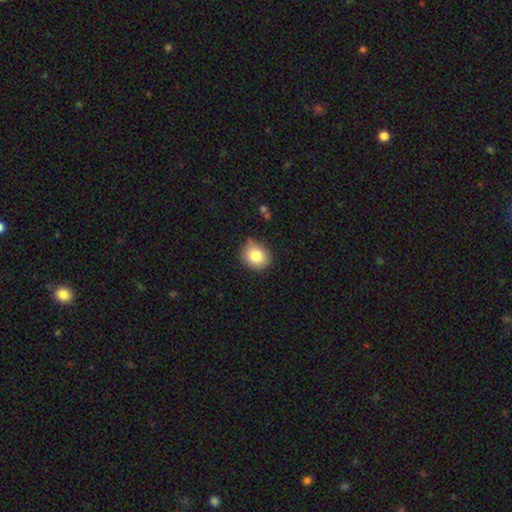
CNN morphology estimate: smooth 83%, star or artifact 9%, featured or disk 8%. Down the decision tree: how rounded — round (71%); merging — none (78%).